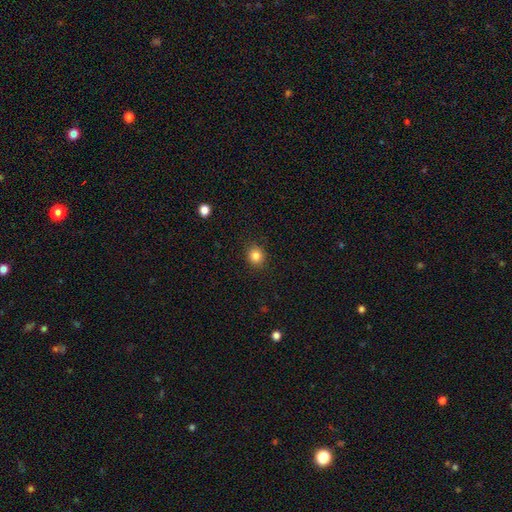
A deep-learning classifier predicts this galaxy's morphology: type=smooth (84%); roundness=round (81%); merging=none (90%).